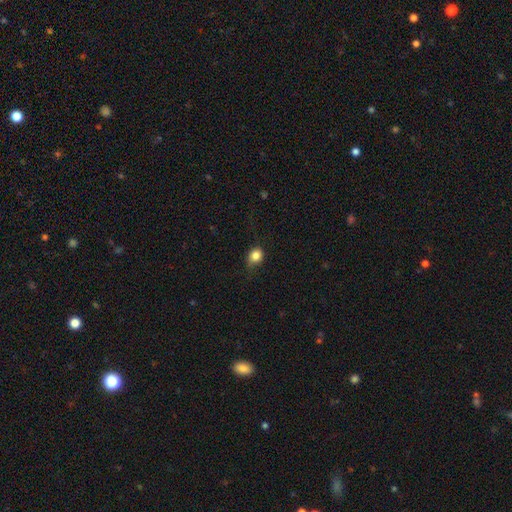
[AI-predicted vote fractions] Morphology: type=smooth (84%); roundness=round (65%); merging=none (69%).